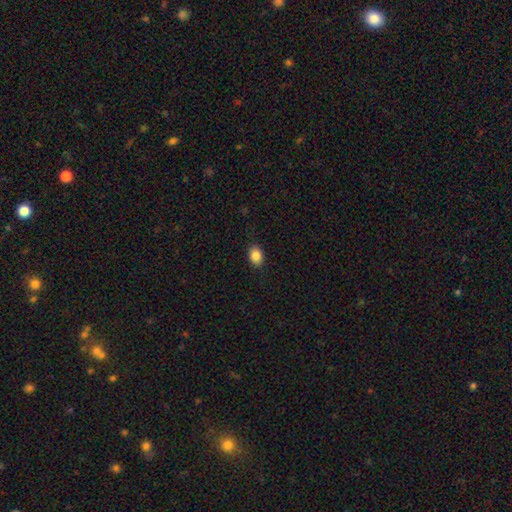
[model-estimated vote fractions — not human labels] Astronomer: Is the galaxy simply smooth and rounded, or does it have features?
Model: smooth — 87%.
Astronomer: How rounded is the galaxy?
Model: in between — 74%.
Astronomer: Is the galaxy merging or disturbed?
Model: none — 88%.